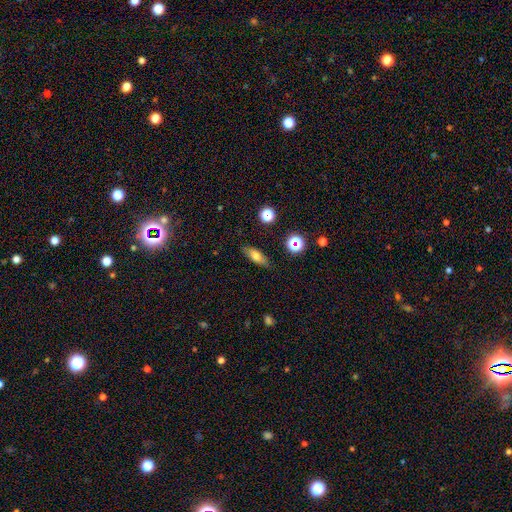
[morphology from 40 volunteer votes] Overall: smooth (72%). How rounded: in between (79%). Merging: none (86%).